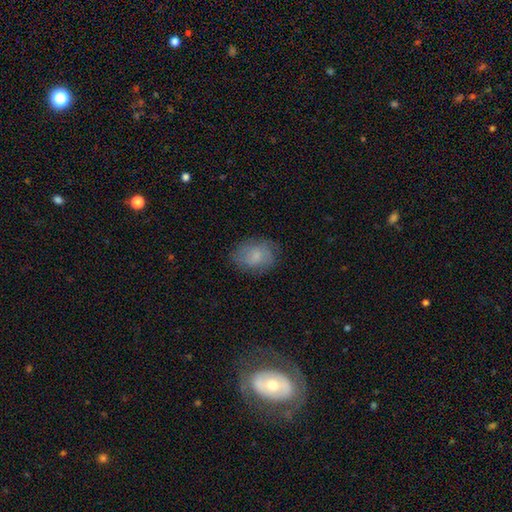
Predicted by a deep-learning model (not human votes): smooth_or_featured: smooth (p=0.67) [alt: featured or disk p=0.24]
how_rounded: in between (p=0.66) [alt: round p=0.33]
merging: none (p=0.73) [alt: minor disturbance p=0.19]